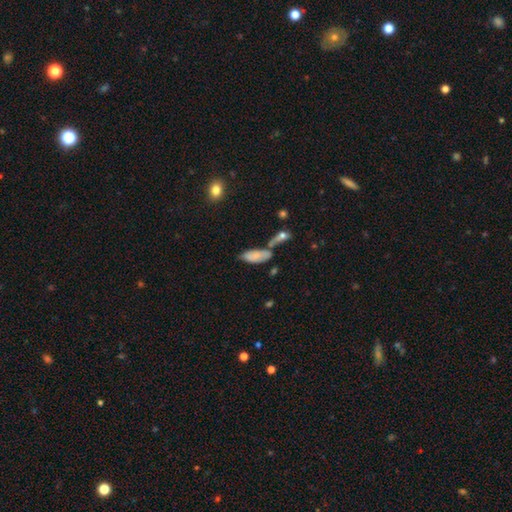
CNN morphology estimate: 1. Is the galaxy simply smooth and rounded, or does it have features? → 76% smooth, 16% featured or disk, 8% star or artifact.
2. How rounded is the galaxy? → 81% in between, 16% cigar-shaped, 2% round.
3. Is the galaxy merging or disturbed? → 36% none, 33% merger, 21% minor disturbance, 10% major disturbance.